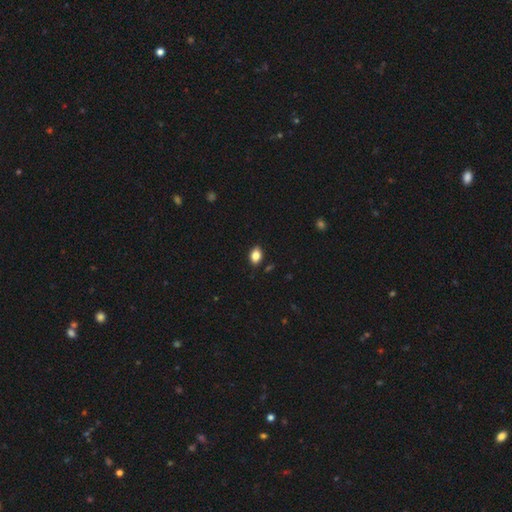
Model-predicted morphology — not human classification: The model was most divided on "how rounded": in between: 82%, round: 17%, cigar-shaped: 2%. More confident: merging — none (87%); smooth or featured — smooth (84%).